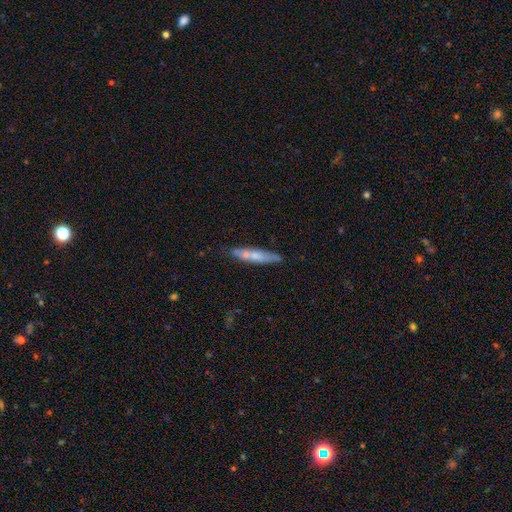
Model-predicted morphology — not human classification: Smooth or featured? Predicted: smooth (p=0.56). How rounded? Predicted: cigar-shaped (p=0.89). Merging? Predicted: none (p=0.74).